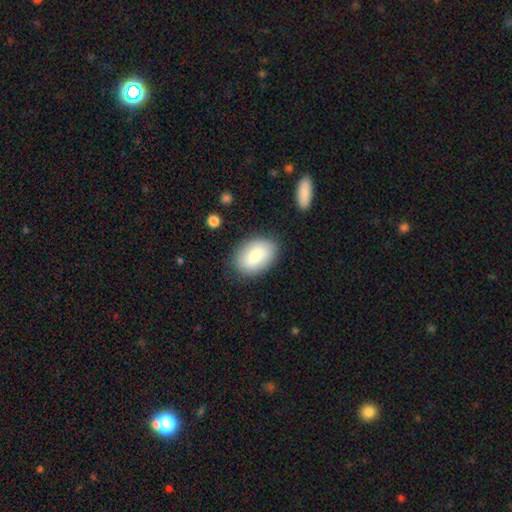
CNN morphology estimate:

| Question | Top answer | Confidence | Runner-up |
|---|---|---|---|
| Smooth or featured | smooth | 81% | featured or disk (12%) |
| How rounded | in between | 85% | round (13%) |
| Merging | none | 83% | minor disturbance (12%) |